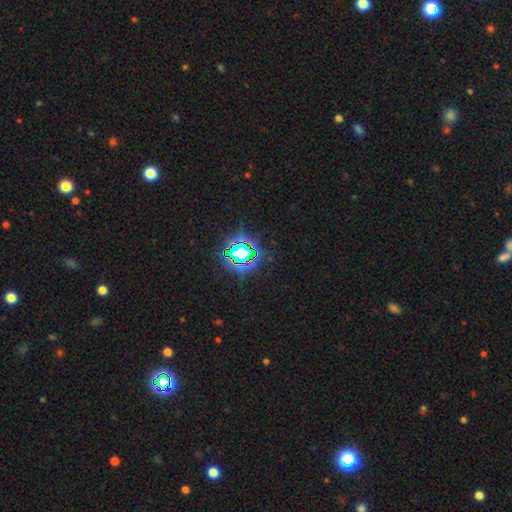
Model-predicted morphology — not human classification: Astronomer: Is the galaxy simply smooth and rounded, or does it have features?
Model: star or artifact — 82%.